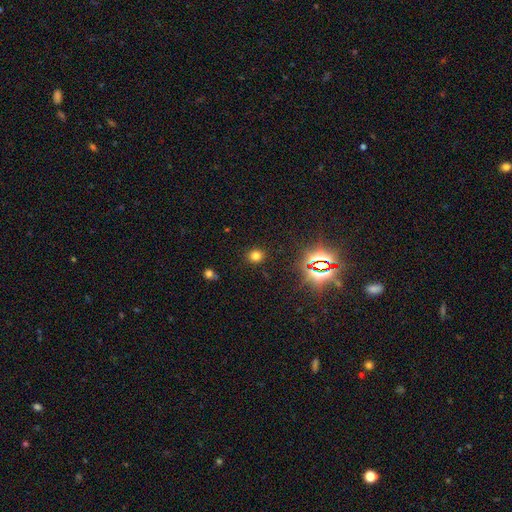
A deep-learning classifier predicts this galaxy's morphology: Smooth or featured: smooth — 72% (star or artifact — 22%)
How rounded: round — 78% (in between — 21%)
Merging: none — 88% (minor disturbance — 7%)